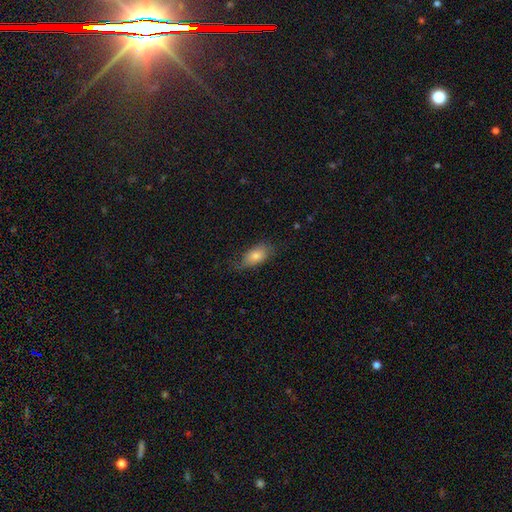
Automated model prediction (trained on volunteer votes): A smooth galaxy with no disk features (75%) that is in between round and cigar-shaped (88%).

Vote fractions:
- Smooth or featured? smooth: 75% / featured or disk: 17% / star or artifact: 8%
- How rounded? in between: 88% / cigar-shaped: 7% / round: 5%
- Merging? none: 65% / minor disturbance: 25% / major disturbance: 8% / merger: 1%